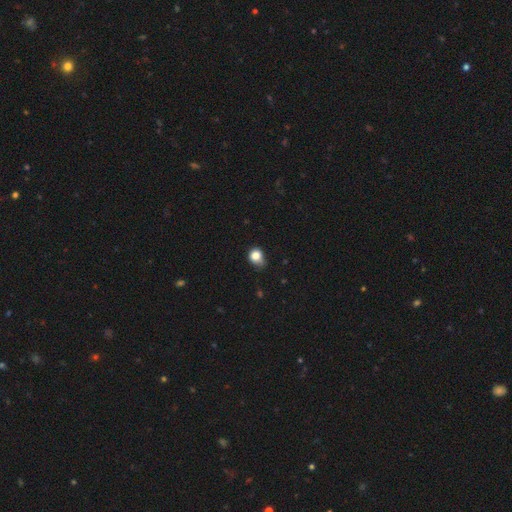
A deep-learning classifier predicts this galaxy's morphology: This appears to be a smooth galaxy with no disk features (82%) that is round (66%). Merging: none (46%).